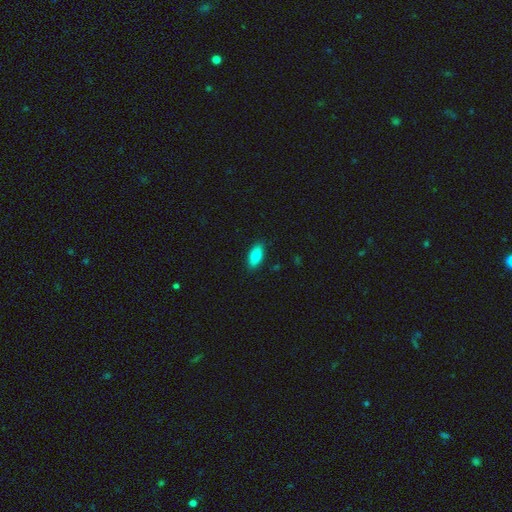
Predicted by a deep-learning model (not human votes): smooth_or_featured: smooth (p=0.82) [alt: featured or disk p=0.11]
how_rounded: in between (p=0.84) [alt: cigar-shaped p=0.13]
merging: none (p=0.88) [alt: minor disturbance p=0.09]